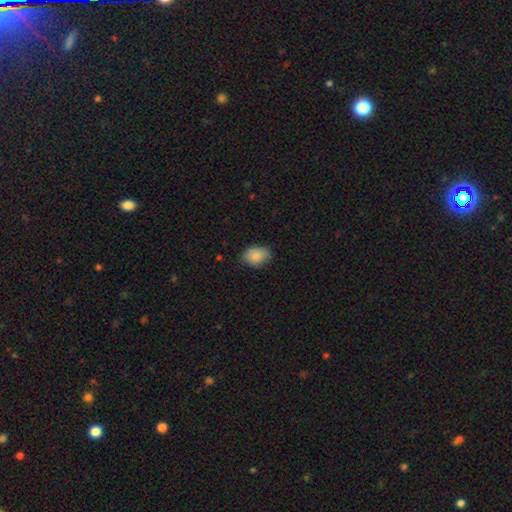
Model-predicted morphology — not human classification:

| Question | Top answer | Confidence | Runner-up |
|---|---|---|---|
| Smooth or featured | smooth | 88% | star or artifact (7%) |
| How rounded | in between | 78% | round (21%) |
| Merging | none | 78% | minor disturbance (18%) |